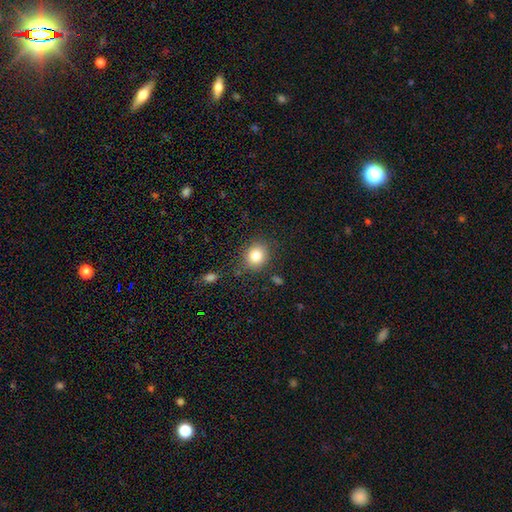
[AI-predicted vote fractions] This is clearly a smooth galaxy (82%). How rounded: likely round (77%). Merging: clearly none (83%).